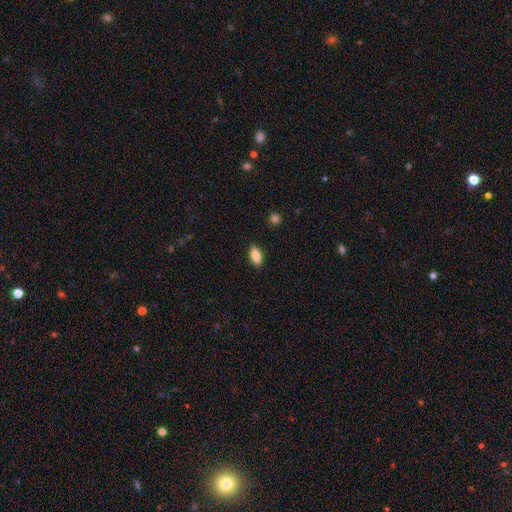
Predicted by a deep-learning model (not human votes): Smooth or featured? Predicted: smooth (p=0.84). How rounded? Predicted: in between (p=0.83). Merging? Predicted: none (p=0.88).